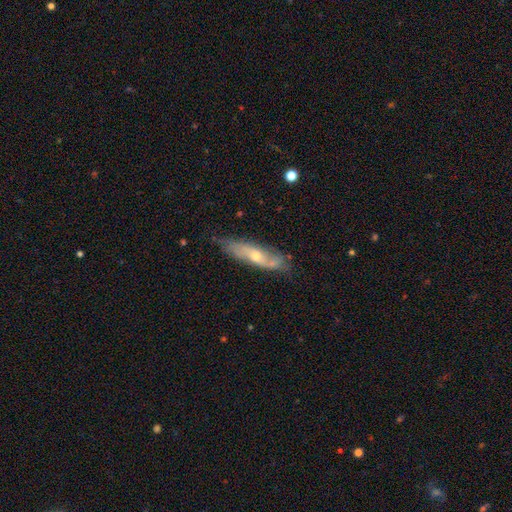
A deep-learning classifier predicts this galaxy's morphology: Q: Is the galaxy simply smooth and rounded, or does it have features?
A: featured or disk — 61%.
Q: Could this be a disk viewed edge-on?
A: no — 61%.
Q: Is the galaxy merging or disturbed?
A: none — 65%.